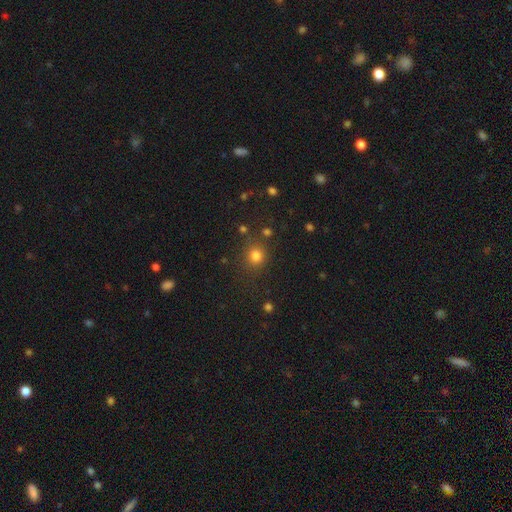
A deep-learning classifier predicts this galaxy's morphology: type=smooth (79%); roundness=round (86%); merging=none (81%).